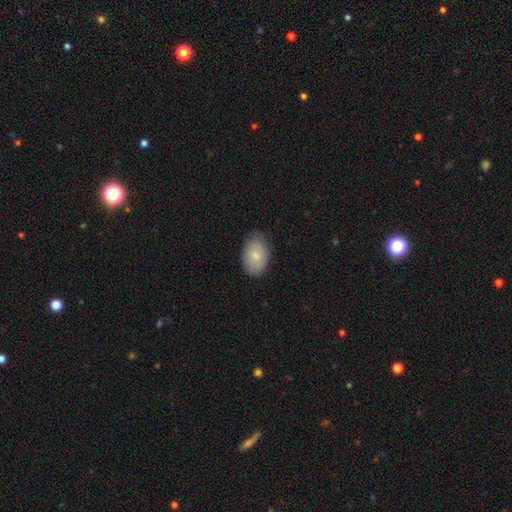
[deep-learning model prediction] smooth-or-featured: smooth: 79% | featured or disk: 15% | star or artifact: 6%
  how-rounded: in between: 91% | round: 7% | cigar-shaped: 1%
  merging: none: 79% | minor disturbance: 17% | major disturbance: 3% | merger: 1%